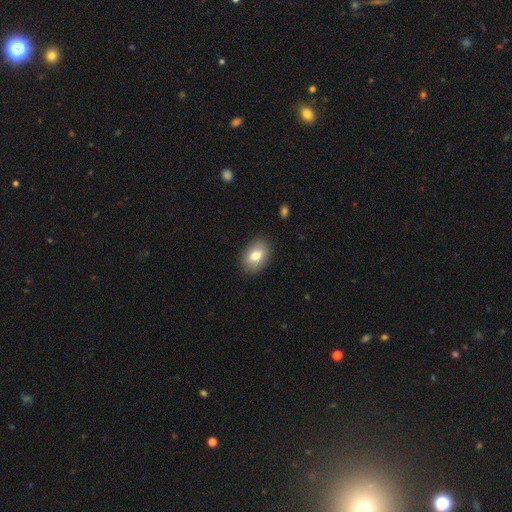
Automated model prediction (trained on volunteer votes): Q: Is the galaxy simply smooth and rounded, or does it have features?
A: smooth — 79%.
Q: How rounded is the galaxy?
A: in between — 82%.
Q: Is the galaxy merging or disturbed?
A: none — 88%.